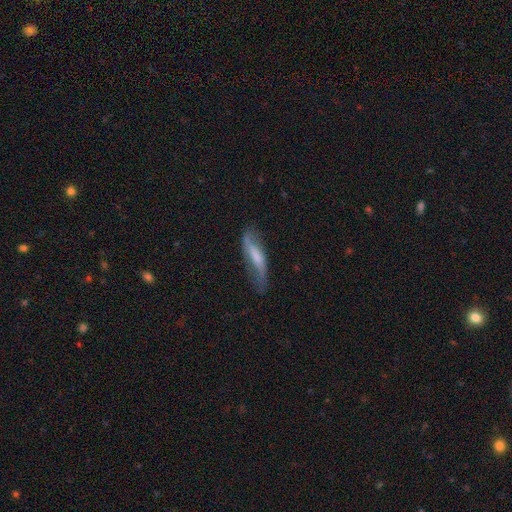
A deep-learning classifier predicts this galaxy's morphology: featured or disk 47%, smooth 46%, star or artifact 7%. Down the decision tree: merging — none (55%).